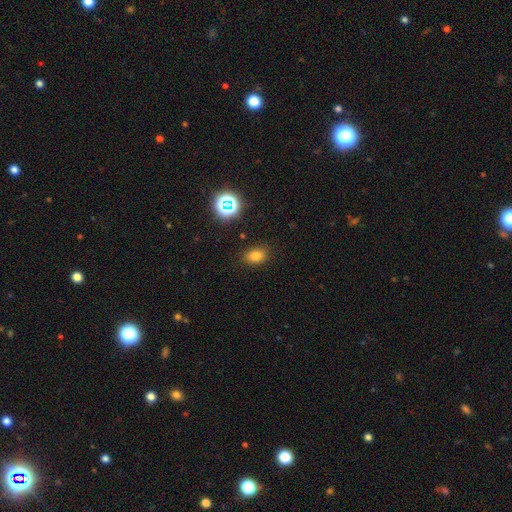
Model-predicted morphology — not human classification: smooth 76%, star or artifact 17%, featured or disk 7%. Down the decision tree: how rounded — in between (69%); merging — none (85%).